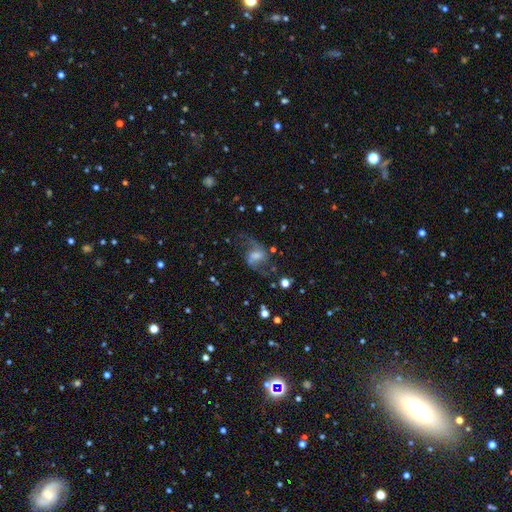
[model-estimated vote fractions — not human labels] featured or disk 76%, smooth 13%, star or artifact 11%. Down the decision tree: edge-on disk — no (96%); bar — weak (51%); spiral arms — yes (94%); spiral arm count — 2 (91%); spiral winding — loose (67%); bulge size — moderate (38%); merging — none (65%).